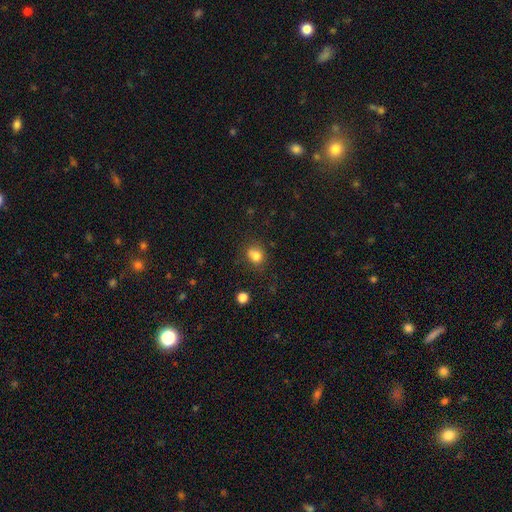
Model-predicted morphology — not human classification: type=smooth (80%); roundness=round (66%); merging=none (70%).